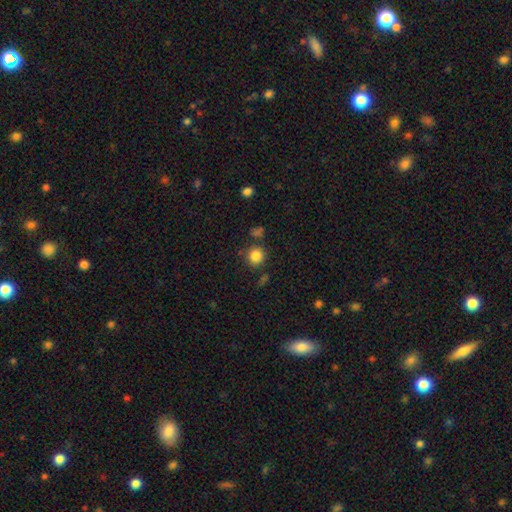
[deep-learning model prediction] Q: Smooth or featured?
A: smooth (85%); runner-up: star or artifact (11%)
Q: How rounded?
A: round (92%); runner-up: in between (7%)
Q: Merging?
A: none (82%); runner-up: minor disturbance (9%)